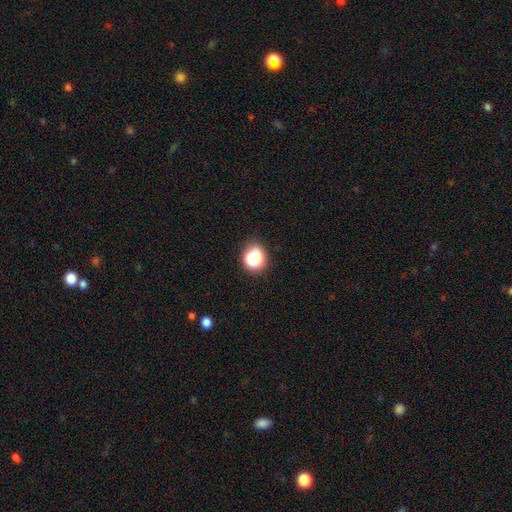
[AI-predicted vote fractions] This appears to be a smooth galaxy with no disk features (73%) that is round (82%). Merging: none (80%).